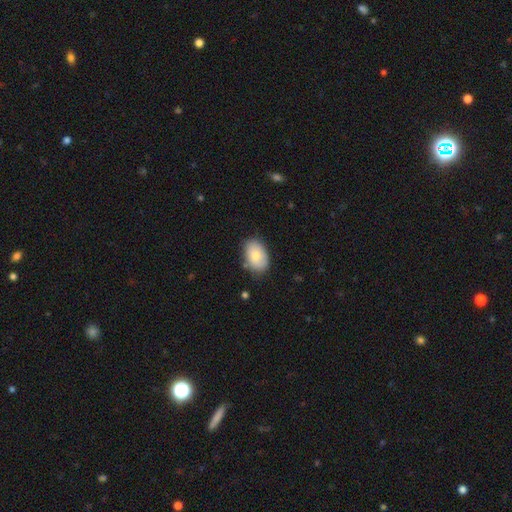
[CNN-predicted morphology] Smooth or featured? Predicted: smooth (p=0.79). How rounded? Predicted: in between (p=0.89). Merging? Predicted: none (p=0.76).